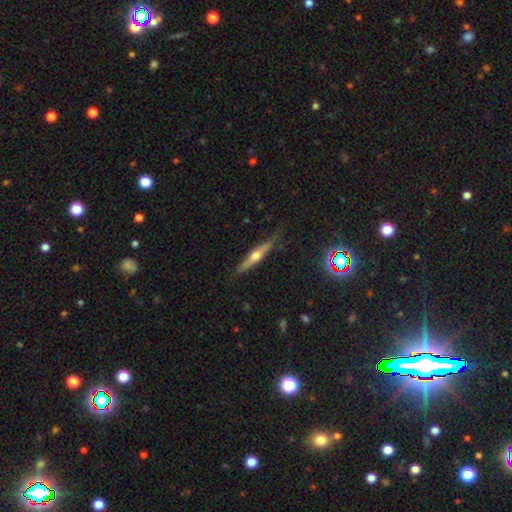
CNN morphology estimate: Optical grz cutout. It shows a featured or disk galaxy (62%) viewed edge-on (95%) with a rounded central bulge (91%). Merging: none (83%).